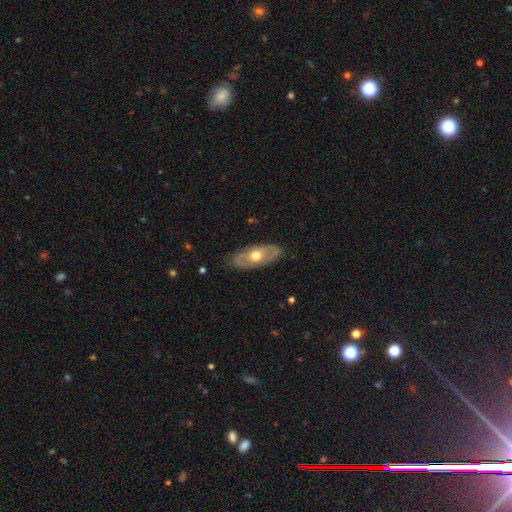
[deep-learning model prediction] A featured or disk galaxy (62%) with no bar (85%), no spiral arms (71%) and a moderate central bulge (76%).

Vote fractions:
- Smooth or featured? featured or disk: 62% / smooth: 34% / star or artifact: 5%
- Edge-on disk? no: 81% / yes: 19%
- Bar? no: 85% / weak: 12% / strong: 3%
- Spiral arms? no: 71% / yes: 29%
- Bulge size? moderate: 76% / large: 14% / small: 8% / dominant: 1% / none: 1%
- Merging? none: 82% / minor disturbance: 13% / major disturbance: 3% / merger: 1%